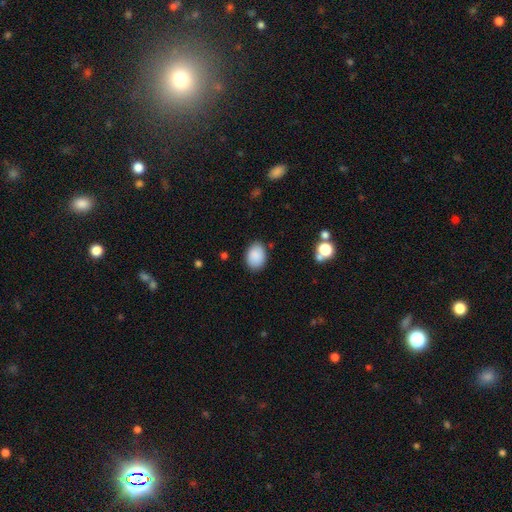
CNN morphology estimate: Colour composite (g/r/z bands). It shows a smooth galaxy with no disk features (88%) that is in between round and cigar-shaped (74%). Merging: none (85%).